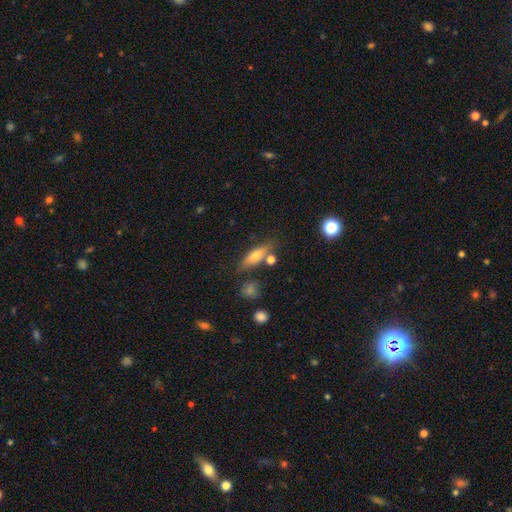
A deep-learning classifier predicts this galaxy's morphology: Smooth or featured? smooth (64%)
How rounded? cigar-shaped (50%)
Merging? none (71%)